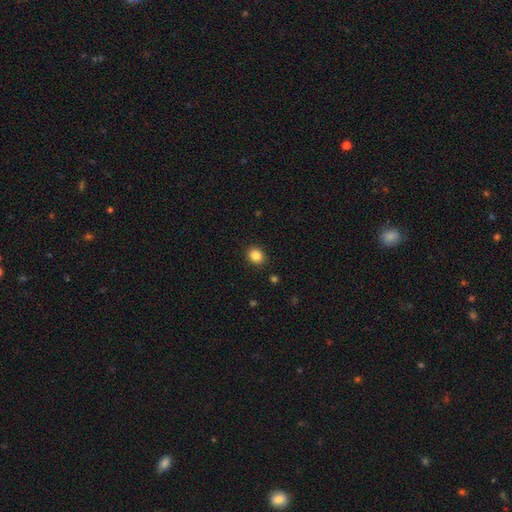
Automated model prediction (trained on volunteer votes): Smooth or featured?
  - smooth: 86% *
  - star or artifact: 10%
  - featured or disk: 4%
How rounded?
  - round: 67% *
  - in between: 32%
  - cigar-shaped: 1%
Merging?
  - none: 90% *
  - minor disturbance: 7%
  - major disturbance: 2%
  - merger: 1%